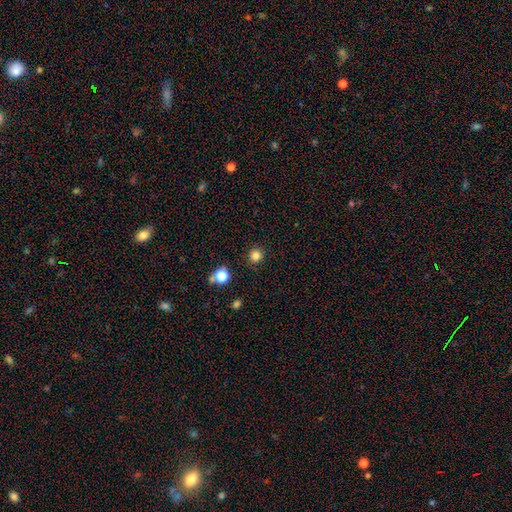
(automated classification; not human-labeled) Overall: smooth (82%). How rounded: round (93%). Merging: none (90%).